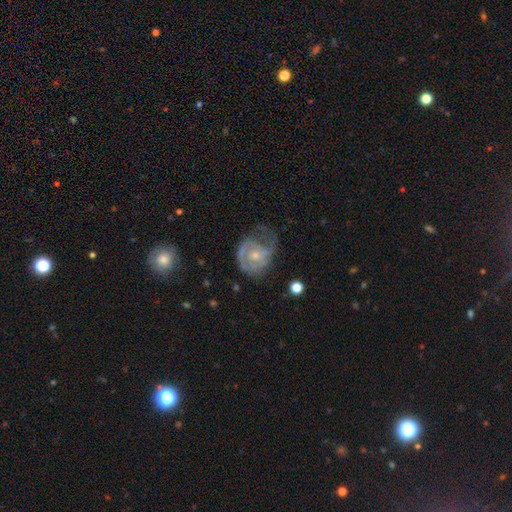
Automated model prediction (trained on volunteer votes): Smooth or featured?
  - featured or disk: 75% *
  - smooth: 19%
  - star or artifact: 6%
Edge-on disk?
  - no: 98% *
  - yes: 2%
Bar?
  - no: 73% *
  - weak: 23%
  - strong: 4%
Spiral arms?
  - yes: 84% *
  - no: 16%
Spiral winding?
  - tight: 44% *
  - medium: 38%
  - loose: 18%
Spiral arm count?
  - 2: 45% *
  - can't tell: 23%
  - 1: 20%
  - 3: 7%
  - 4: 2%
  - more than 4: 2%
Bulge size?
  - small: 54% *
  - moderate: 40%
  - none: 3%
  - large: 2%
  - dominant: 1%
Merging?
  - major disturbance: 35% * (tied)
  - none: 35% * (tied)
  - minor disturbance: 27%
  - merger: 3%